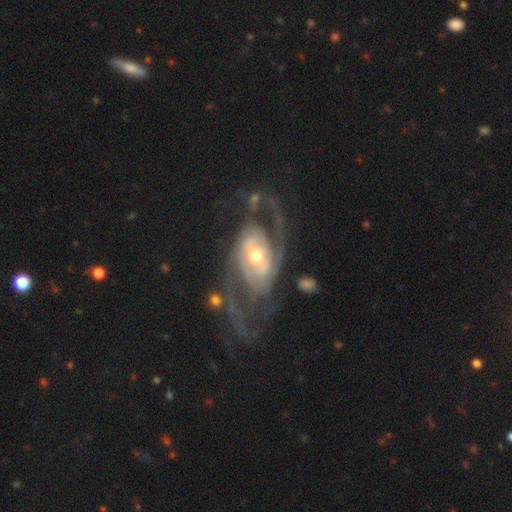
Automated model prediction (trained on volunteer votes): smooth_or_featured: featured or disk (p=0.89) [alt: smooth p=0.06]
disk_edge_on: no (p=0.96) [alt: yes p=0.04]
bar: no (p=0.51) [alt: weak p=0.31]
has_spiral_arms: yes (p=0.94) [alt: no p=0.06]
spiral_winding: medium (p=0.43) [alt: tight p=0.32]
spiral_arm_count: 2 (p=0.69) [alt: can't tell p=0.11]
bulge_size: moderate (p=0.58) [alt: small p=0.34]
merging: none (p=0.57) [alt: major disturbance p=0.24]